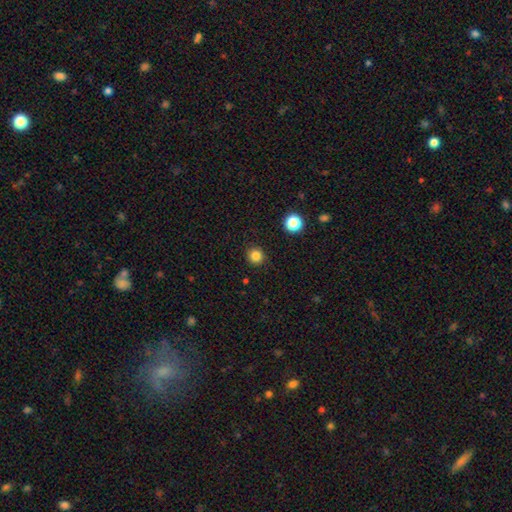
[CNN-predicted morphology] Overall: smooth (83%). How rounded: round (93%). Merging: none (92%).